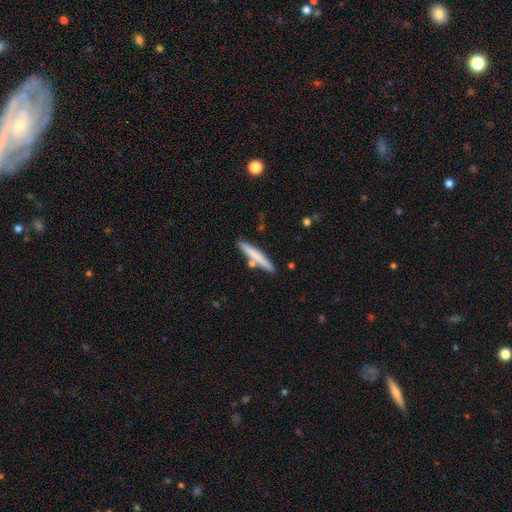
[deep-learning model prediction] A smooth galaxy with no disk features (71%) that is cigar-shaped (94%). Merging: none (81%).